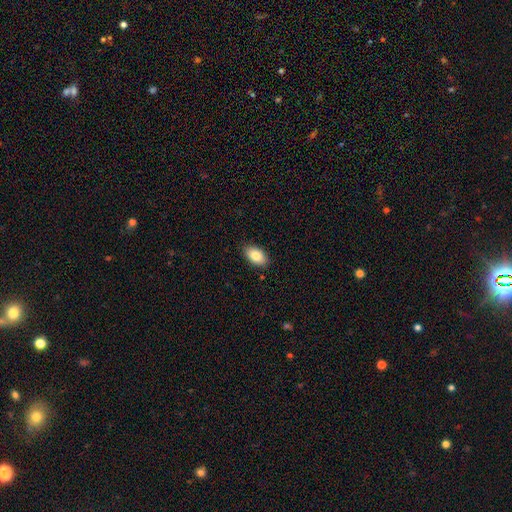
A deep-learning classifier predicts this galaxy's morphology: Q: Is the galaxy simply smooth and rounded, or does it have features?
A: smooth — 83%.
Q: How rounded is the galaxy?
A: in between — 92%.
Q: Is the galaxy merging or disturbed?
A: none — 88%.